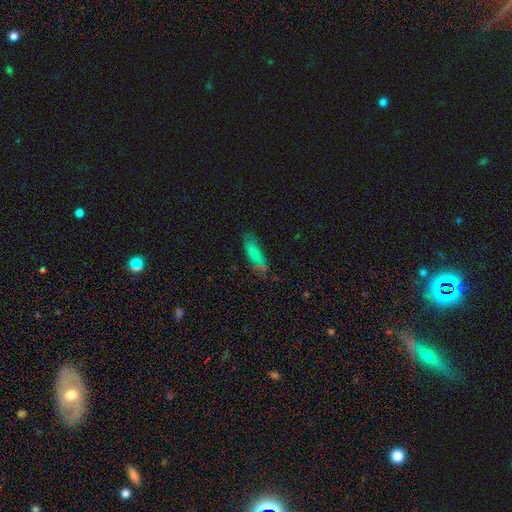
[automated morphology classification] A smooth galaxy with no disk features (77%) that is cigar-shaped (50%).

Vote fractions:
- Smooth or featured? smooth: 77% / featured or disk: 14% / star or artifact: 9%
- How rounded? cigar-shaped: 50% / in between: 47% / round: 2%
- Merging? none: 62% / minor disturbance: 25% / major disturbance: 8% / merger: 5%